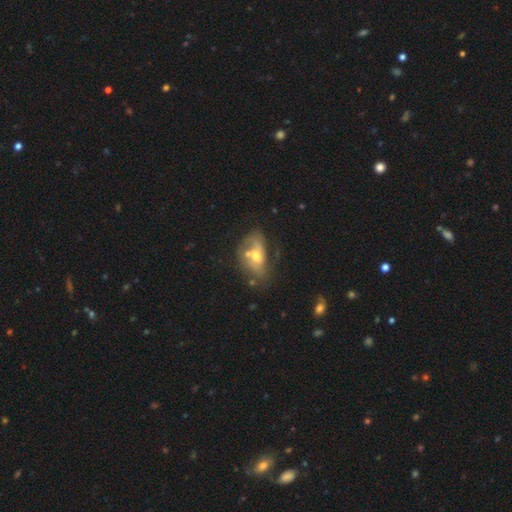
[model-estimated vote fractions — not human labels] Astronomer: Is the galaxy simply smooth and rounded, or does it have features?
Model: featured or disk — 56% (runner-up: smooth, 35%).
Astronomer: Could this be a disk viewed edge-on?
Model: no — 92%.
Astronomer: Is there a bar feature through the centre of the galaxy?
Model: no — 74%.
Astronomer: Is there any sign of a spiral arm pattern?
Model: yes — 53% (runner-up: no, 47%).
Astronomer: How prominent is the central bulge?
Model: moderate — 63%.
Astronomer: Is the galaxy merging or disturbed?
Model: none — 37% (runner-up: minor disturbance, 24%).